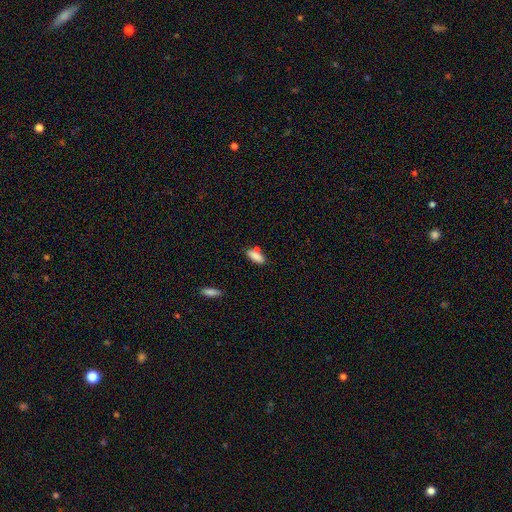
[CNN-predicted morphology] smooth 85%, star or artifact 8%, featured or disk 7%. Down the decision tree: how rounded — in between (75%); merging — none (61%).